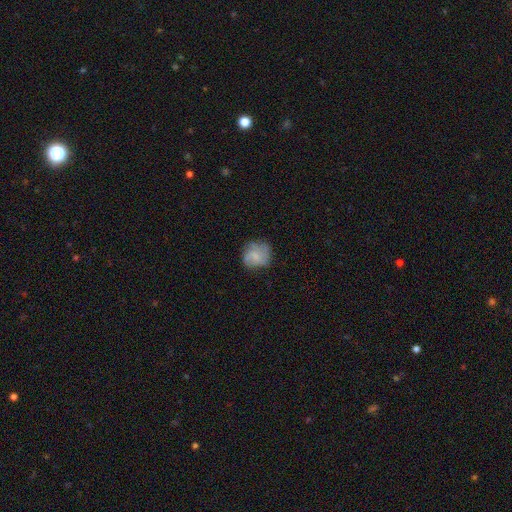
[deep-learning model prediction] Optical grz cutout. It shows a smooth galaxy with no disk features (59%) that is round (76%). Merging: none (64%).